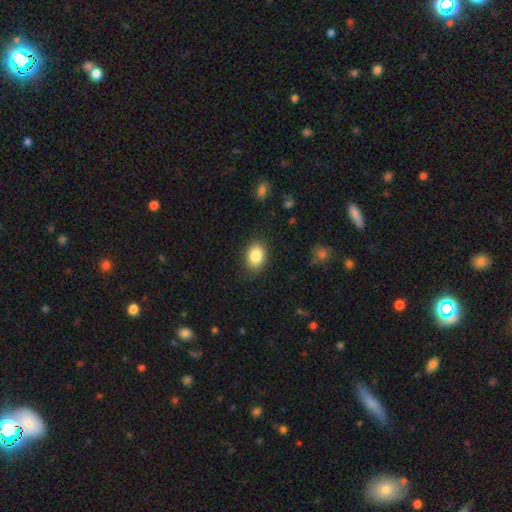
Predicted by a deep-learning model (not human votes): Q: Smooth or featured?
A: smooth (86%); runner-up: star or artifact (8%)
Q: How rounded?
A: in between (70%); runner-up: round (29%)
Q: Merging?
A: none (85%); runner-up: minor disturbance (11%)